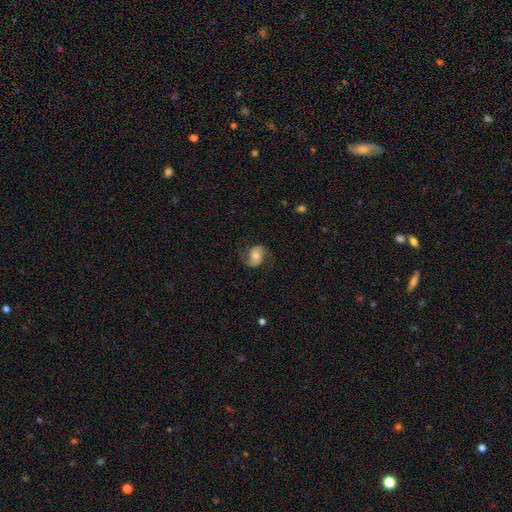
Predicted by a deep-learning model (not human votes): smooth-or-featured: featured or disk: 68% | smooth: 24% | star or artifact: 8%
  disk-edge-on: no: 97% | yes: 3%
    bar: no: 59% | weak: 30% | strong: 11%
    has-spiral-arms: yes: 91% | no: 9%
      spiral-winding: loose: 45% | medium: 41% | tight: 14%
      spiral-arm-count: 2: 89% | 1: 4% | can't tell: 4% | 3: 1% | 4: 1% | more than 4: 1%
    bulge-size: moderate: 68% | small: 22% | large: 8% | none: 2% | dominant: 1%
  merging: none: 72% | minor disturbance: 17% | major disturbance: 9% | merger: 1%